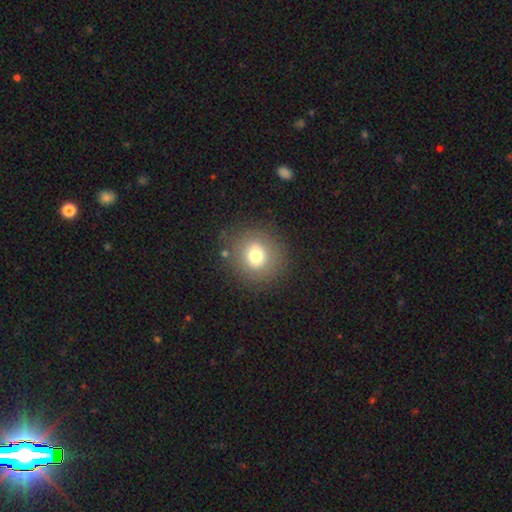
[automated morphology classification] Overall: smooth (72%). How rounded: round (89%). Merging: none (84%).